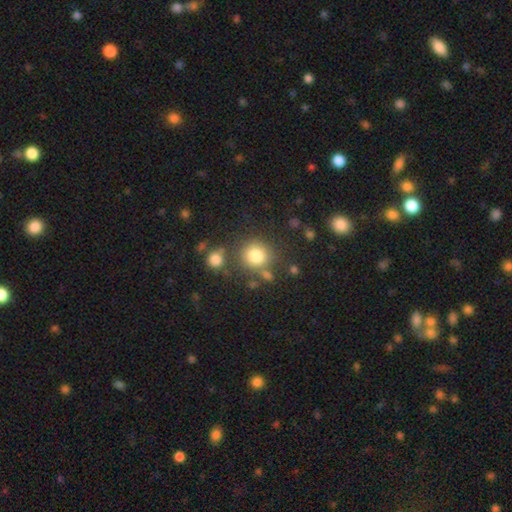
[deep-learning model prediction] This is clearly a smooth galaxy (80%). How rounded: clearly round (91%). Merging: likely none (73%).